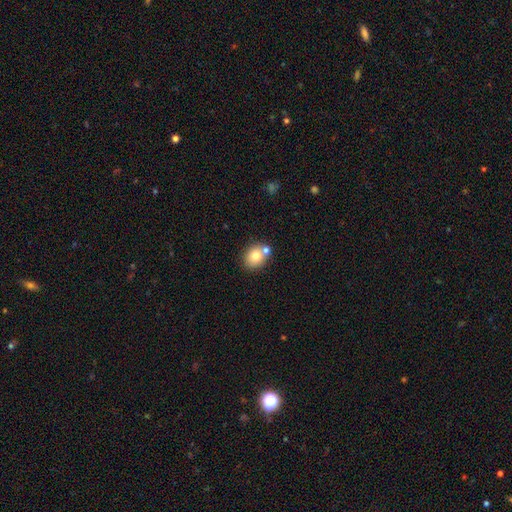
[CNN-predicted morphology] smooth 76%, featured or disk 14%, star or artifact 10%. Down the decision tree: how rounded — round (64%); merging — none (59%).